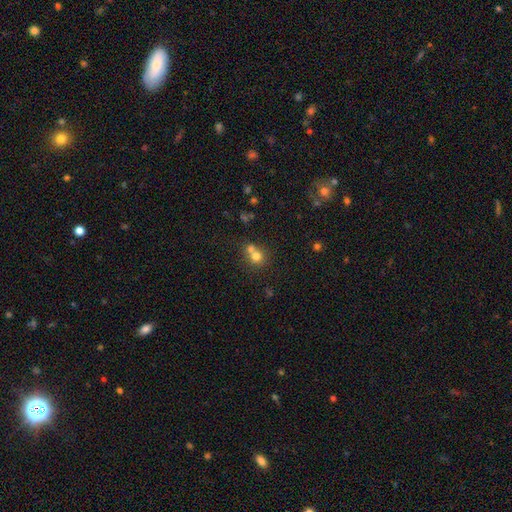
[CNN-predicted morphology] type=smooth (73%); roundness=round (83%); merging=merger (53%).